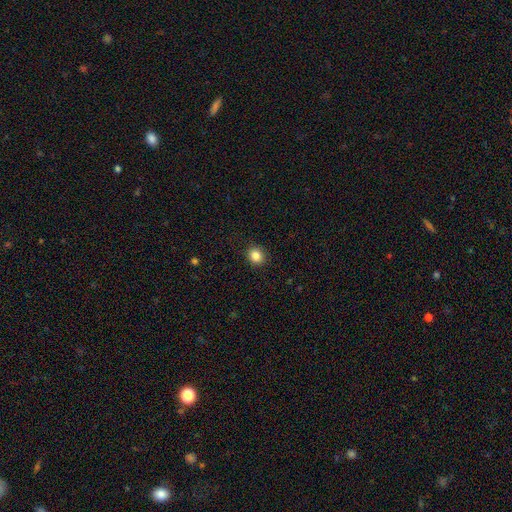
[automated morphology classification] The model was most divided on "how rounded": round: 79%, in between: 21%, cigar-shaped: 1%. More confident: merging — none (91%); smooth or featured — smooth (86%).